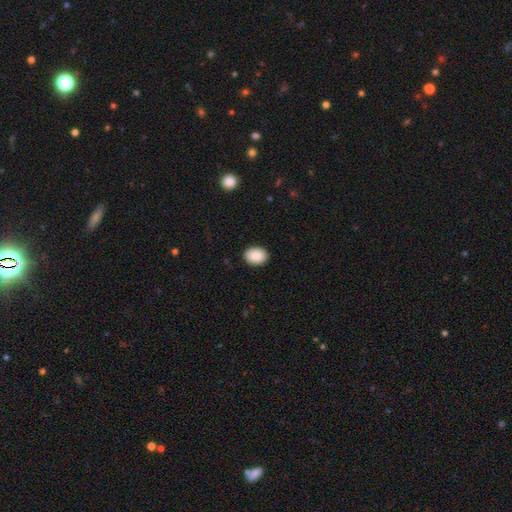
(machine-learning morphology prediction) Smooth or featured? smooth (90%)
How rounded? in between (70%)
Merging? none (90%)